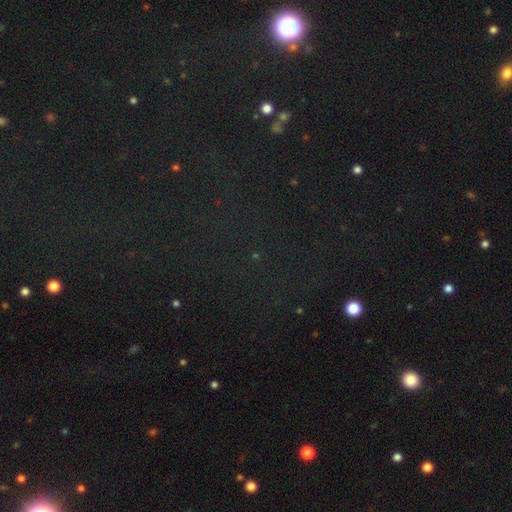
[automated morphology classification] smooth_or_featured: star or artifact (p=0.75) [alt: smooth p=0.16]